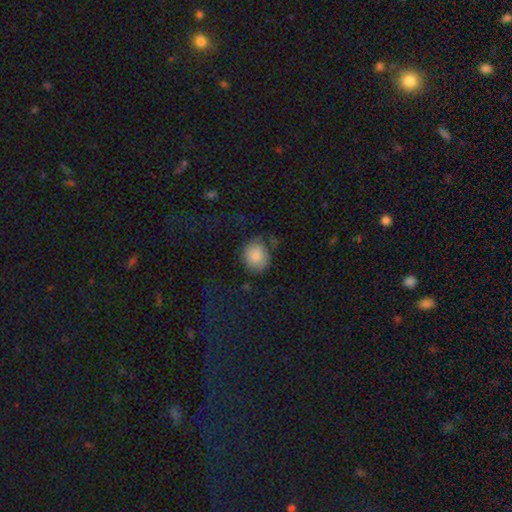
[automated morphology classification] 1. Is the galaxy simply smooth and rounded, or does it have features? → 80% smooth, 11% featured or disk, 9% star or artifact.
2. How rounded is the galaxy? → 65% round, 34% in between, 1% cigar-shaped.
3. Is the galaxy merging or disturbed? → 58% none, 26% minor disturbance, 13% major disturbance, 3% merger.